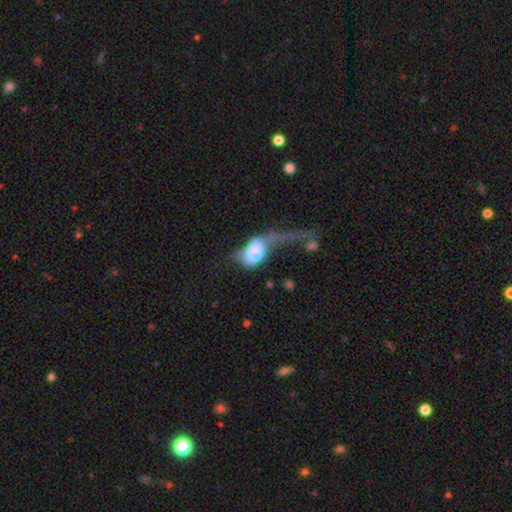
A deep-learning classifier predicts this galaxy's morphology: smooth-or-featured: smooth: 58% | featured or disk: 33% | star or artifact: 9%
  how-rounded: in between: 81% | round: 16% | cigar-shaped: 3%
  merging: major disturbance: 53% | merger: 26% | minor disturbance: 11% | none: 10%